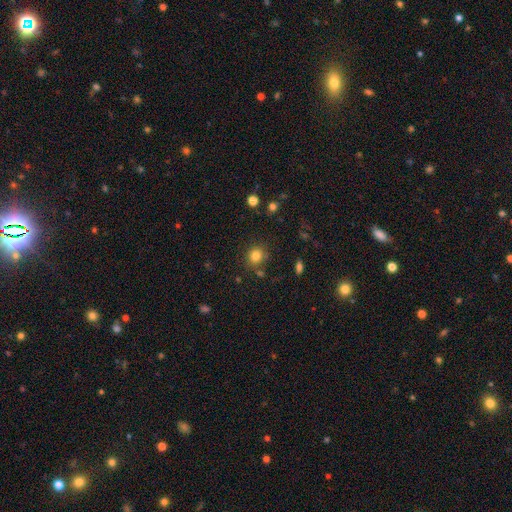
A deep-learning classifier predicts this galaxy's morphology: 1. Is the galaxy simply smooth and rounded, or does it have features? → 80% smooth, 13% star or artifact, 6% featured or disk.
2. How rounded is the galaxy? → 81% round, 18% in between, 1% cigar-shaped.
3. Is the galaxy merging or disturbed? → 80% none, 11% minor disturbance, 6% merger, 4% major disturbance.